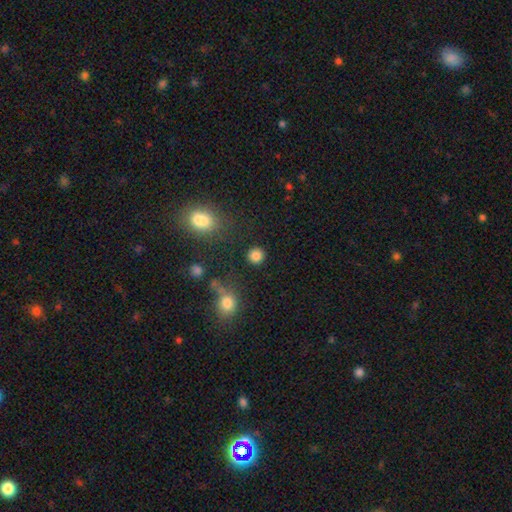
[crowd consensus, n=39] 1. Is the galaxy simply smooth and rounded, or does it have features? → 92% smooth, 5% star or artifact, 3% featured or disk.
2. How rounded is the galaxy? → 100% round, 0% in between, 0% cigar-shaped.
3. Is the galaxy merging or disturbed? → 81% none, 11% minor disturbance, 5% merger, 3% major disturbance.